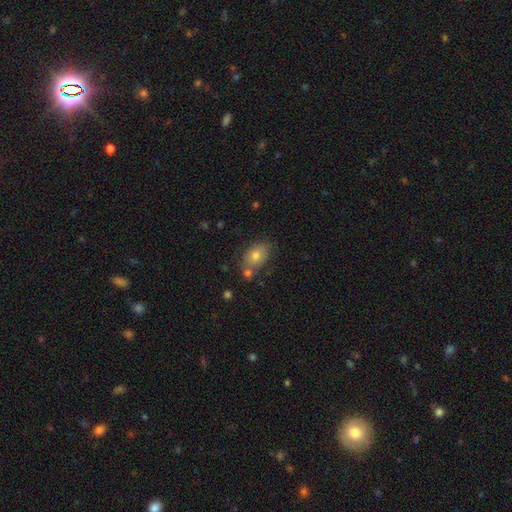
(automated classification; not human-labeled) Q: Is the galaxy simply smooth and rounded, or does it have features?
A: smooth — 73%.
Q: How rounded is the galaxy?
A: in between — 78%.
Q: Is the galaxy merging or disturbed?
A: none — 66%.